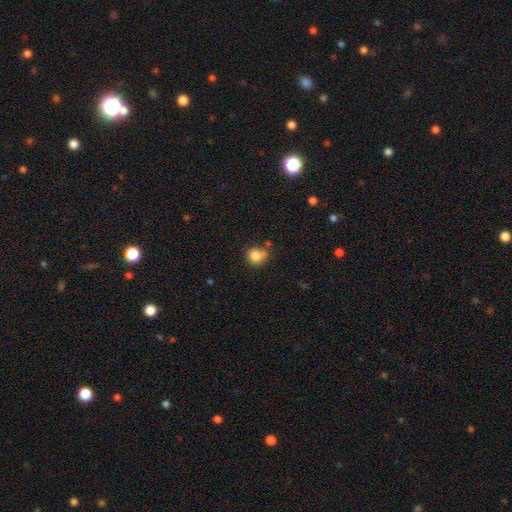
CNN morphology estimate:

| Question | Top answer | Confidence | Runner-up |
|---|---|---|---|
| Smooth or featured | smooth | 84% | star or artifact (10%) |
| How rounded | round | 82% | in between (17%) |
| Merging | none | 66% | minor disturbance (20%) |